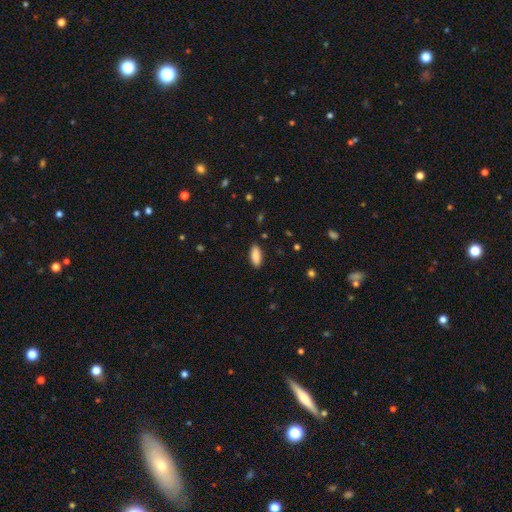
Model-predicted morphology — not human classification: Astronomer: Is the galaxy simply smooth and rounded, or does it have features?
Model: smooth — 89%.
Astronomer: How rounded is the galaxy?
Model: in between — 79%.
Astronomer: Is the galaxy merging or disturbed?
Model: none — 88%.